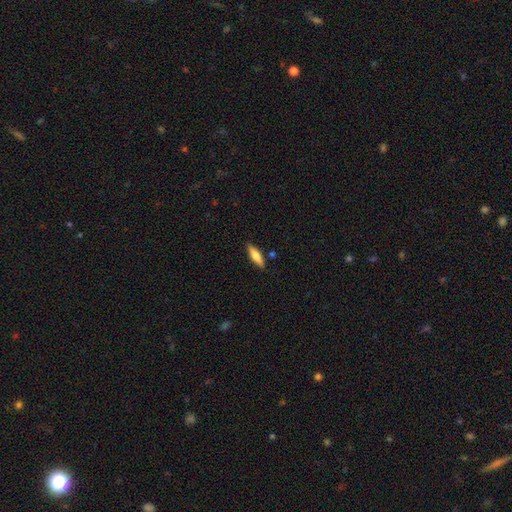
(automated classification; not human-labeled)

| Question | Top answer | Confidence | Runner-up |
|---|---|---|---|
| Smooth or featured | smooth | 62% | featured or disk (32%) |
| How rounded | cigar-shaped | 61% | in between (37%) |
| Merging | none | 86% | minor disturbance (9%) |